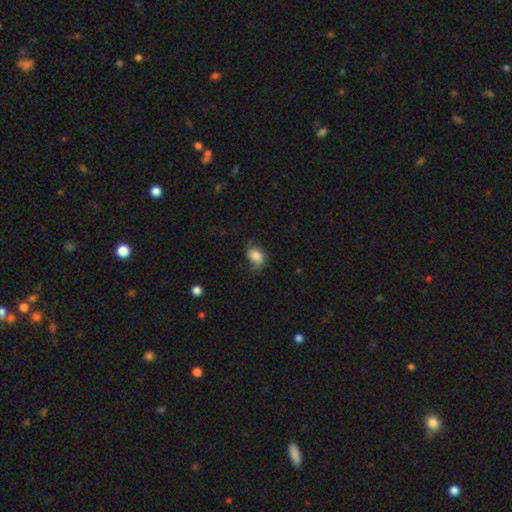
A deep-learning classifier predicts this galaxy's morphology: type=smooth (70%); roundness=in between (73%); merging=none (54%).